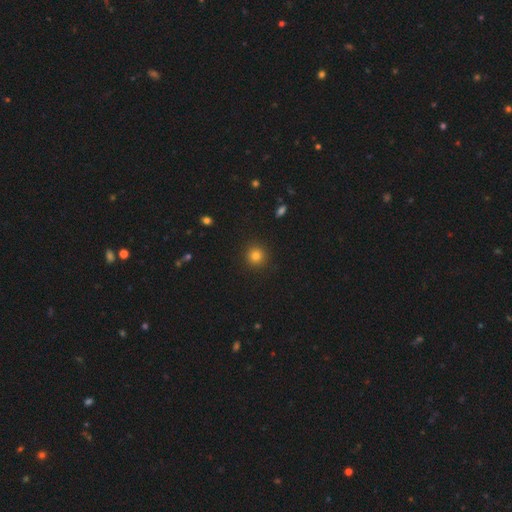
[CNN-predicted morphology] A smooth galaxy with no disk features (81%) that is round (94%). Merging: none (92%).